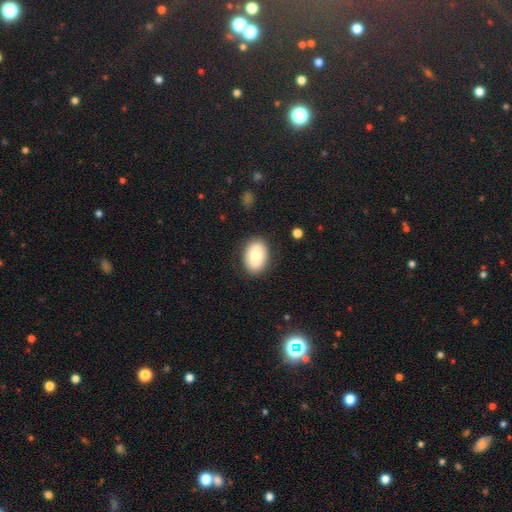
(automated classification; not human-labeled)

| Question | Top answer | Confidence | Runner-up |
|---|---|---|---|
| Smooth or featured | smooth | 74% | featured or disk (19%) |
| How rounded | in between | 78% | round (21%) |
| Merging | none | 85% | minor disturbance (11%) |